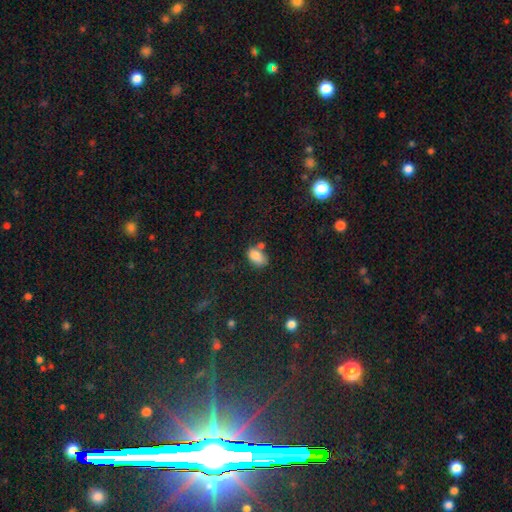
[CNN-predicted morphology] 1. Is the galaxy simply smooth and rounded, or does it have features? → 81% smooth, 10% star or artifact, 8% featured or disk.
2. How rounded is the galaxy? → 86% in between, 12% round, 2% cigar-shaped.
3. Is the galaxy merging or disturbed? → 52% none, 21% merger, 20% minor disturbance, 6% major disturbance.